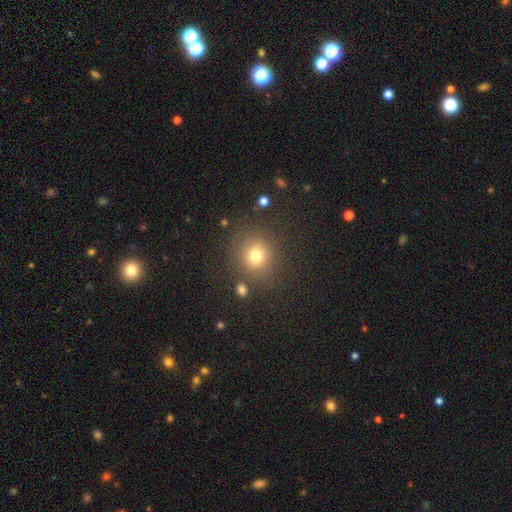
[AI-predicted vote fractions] Smooth or featured? Predicted: smooth (p=0.76). How rounded? Predicted: round (p=0.88). Merging? Predicted: none (p=0.83).